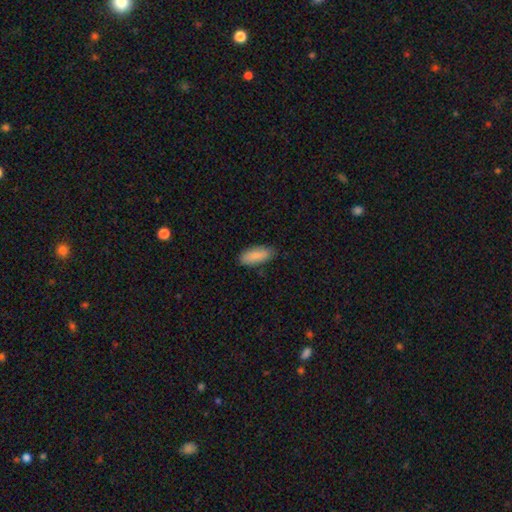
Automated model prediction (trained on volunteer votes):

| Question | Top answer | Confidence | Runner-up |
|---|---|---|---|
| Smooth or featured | smooth | 88% | star or artifact (6%) |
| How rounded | in between | 78% | cigar-shaped (20%) |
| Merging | none | 81% | minor disturbance (15%) |